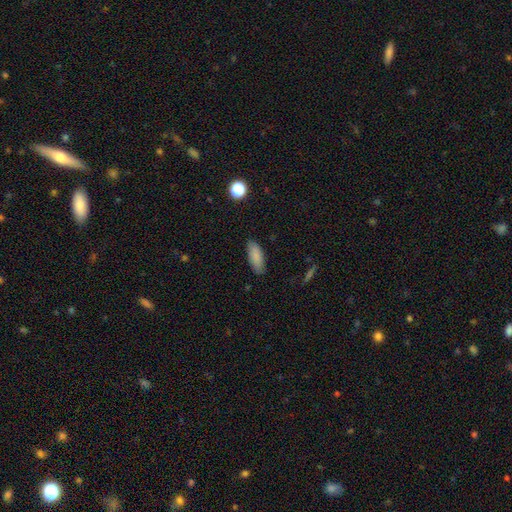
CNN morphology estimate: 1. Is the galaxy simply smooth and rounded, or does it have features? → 87% smooth, 7% star or artifact, 6% featured or disk.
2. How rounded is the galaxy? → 74% in between, 24% cigar-shaped, 2% round.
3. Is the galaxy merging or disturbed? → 85% none, 12% minor disturbance, 2% major disturbance, 1% merger.